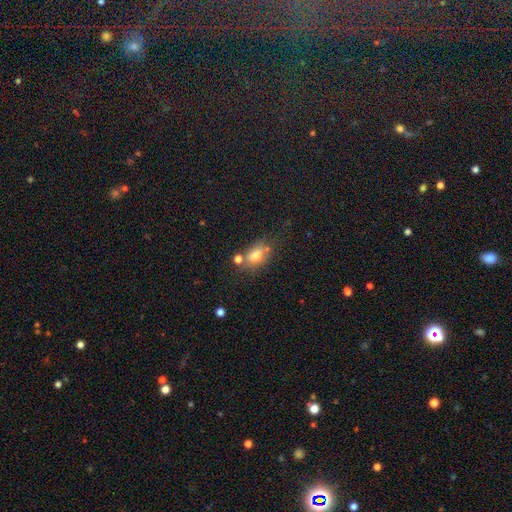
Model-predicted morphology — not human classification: A smooth galaxy with no disk features (75%) that is in between round and cigar-shaped (74%).

Vote fractions:
- Smooth or featured? smooth: 75% / featured or disk: 13% / star or artifact: 12%
- How rounded? in between: 74% / round: 23% / cigar-shaped: 2%
- Merging? none: 58% / merger: 19% / minor disturbance: 17% / major disturbance: 6%